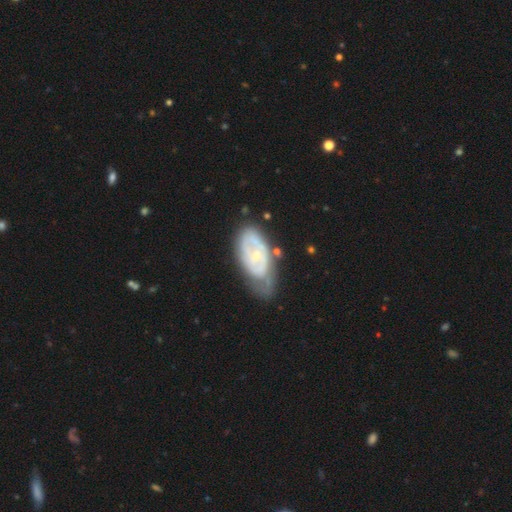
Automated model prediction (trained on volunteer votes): This is likely a featured or disk galaxy (72%). It is clearly not viewed edge-on (94%). Bar: likely no (60%). Spiral arm pattern: likely yes (72%). Central bulge: likely small (69%). Merging: marginally none (43%).